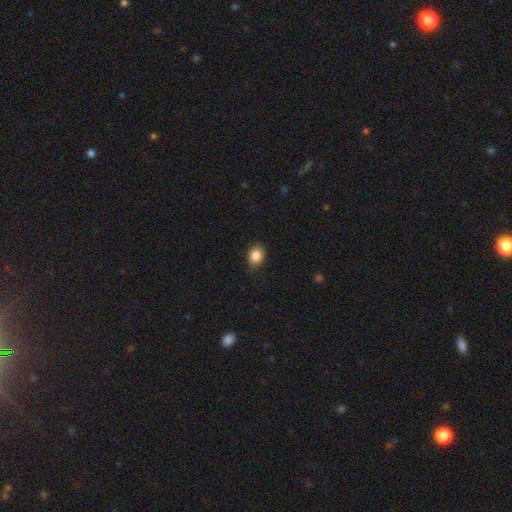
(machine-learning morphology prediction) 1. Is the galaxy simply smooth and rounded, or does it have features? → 86% smooth, 9% star or artifact, 5% featured or disk.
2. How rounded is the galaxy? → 56% in between, 43% round, 1% cigar-shaped.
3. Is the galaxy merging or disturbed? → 83% none, 13% minor disturbance, 3% major disturbance, 1% merger.